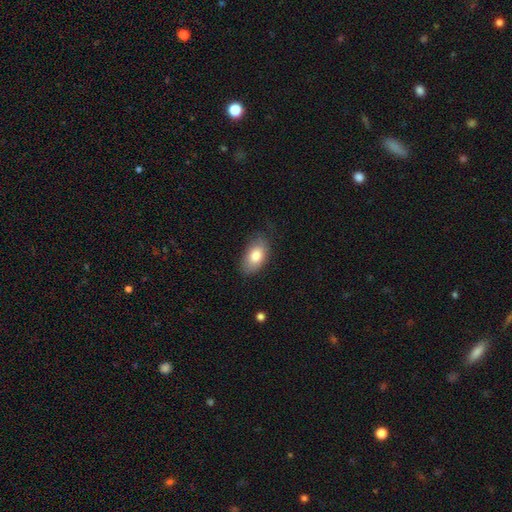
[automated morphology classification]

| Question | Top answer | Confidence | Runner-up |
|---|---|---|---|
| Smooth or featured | smooth | 81% | featured or disk (13%) |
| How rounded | in between | 92% | round (6%) |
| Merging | none | 68% | minor disturbance (24%) |